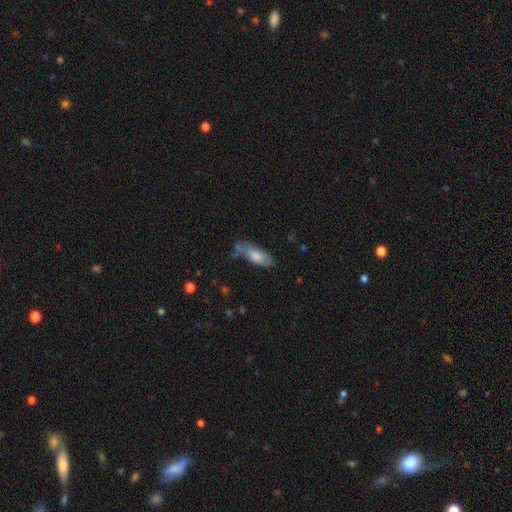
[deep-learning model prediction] A smooth galaxy with no disk features (68%) that is in between round and cigar-shaped (67%).

Vote fractions:
- Smooth or featured? smooth: 68% / featured or disk: 24% / star or artifact: 8%
- How rounded? in between: 67% / cigar-shaped: 30% / round: 2%
- Merging? none: 52% / minor disturbance: 29% / major disturbance: 11% / merger: 8%